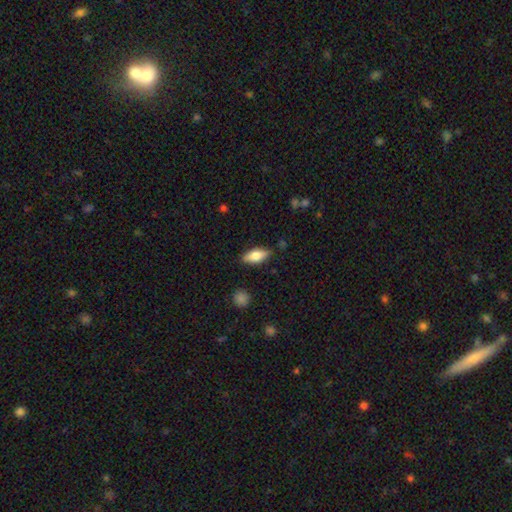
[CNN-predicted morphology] smooth_or_featured: smooth (p=0.68) [alt: featured or disk p=0.25]
how_rounded: in between (p=0.77) [alt: cigar-shaped p=0.20]
merging: none (p=0.84) [alt: minor disturbance p=0.11]